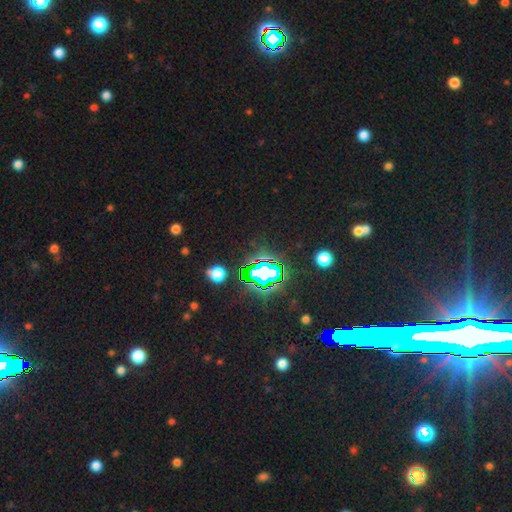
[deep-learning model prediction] Q: Smooth or featured?
A: star or artifact (80%); runner-up: smooth (10%)